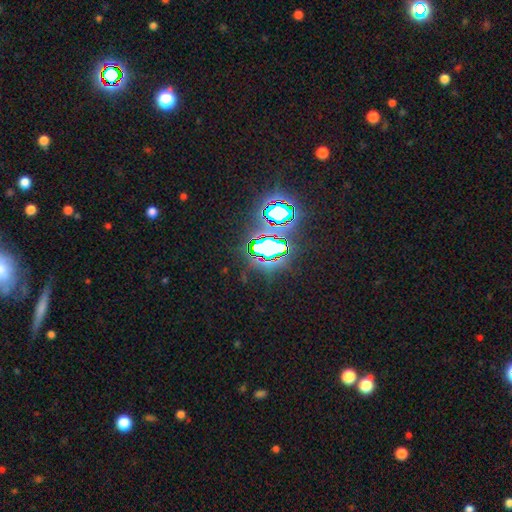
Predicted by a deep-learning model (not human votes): Smooth or featured?
  - star or artifact: 81% *
  - smooth: 11%
  - featured or disk: 7%